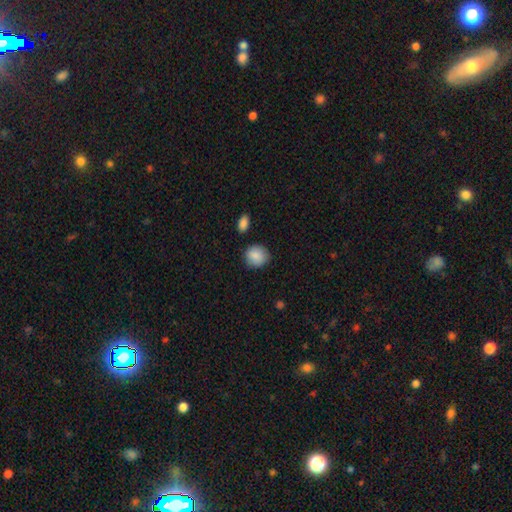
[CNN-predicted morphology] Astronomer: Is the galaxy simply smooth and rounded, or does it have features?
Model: smooth — 88%.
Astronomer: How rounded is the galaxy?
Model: round — 82%.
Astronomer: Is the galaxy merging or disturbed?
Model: none — 83%.